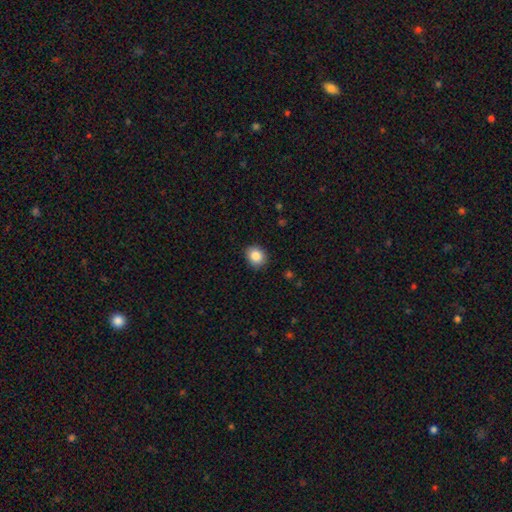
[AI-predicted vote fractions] Morphology: type=smooth (86%); roundness=round (64%); merging=none (88%).